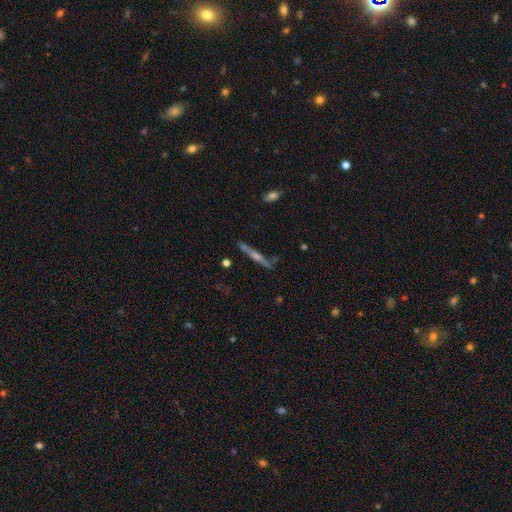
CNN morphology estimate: This is likely a featured or disk galaxy (72%). It is clearly viewed edge-on (93%). Edge-on bulge: likely rounded (76%). Merging: likely none (75%).